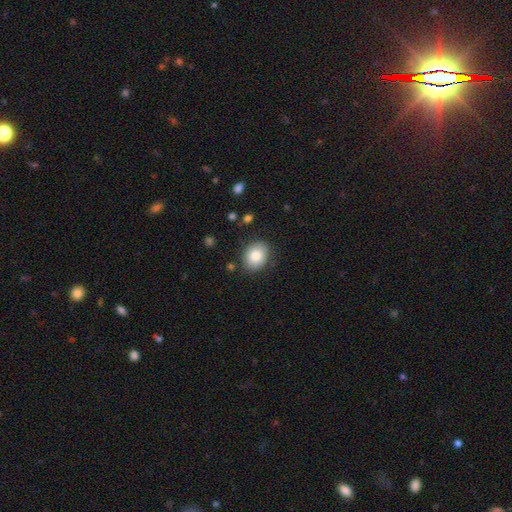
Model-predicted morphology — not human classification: smooth_or_featured: smooth (p=0.82) [alt: featured or disk p=0.10]
how_rounded: in between (p=0.57) [alt: round p=0.42]
merging: none (p=0.84) [alt: minor disturbance p=0.12]